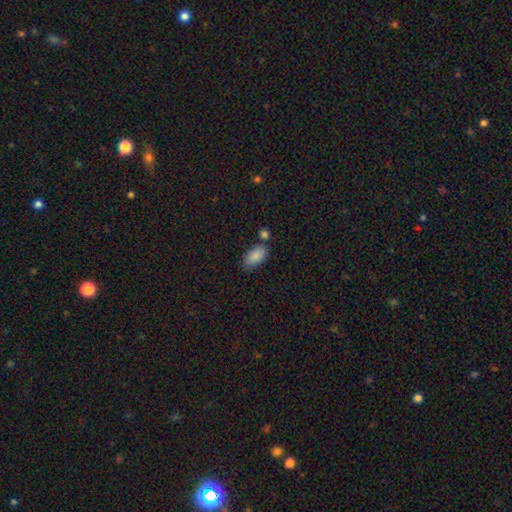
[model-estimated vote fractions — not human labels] This is clearly a smooth galaxy (88%). How rounded: clearly in between (93%). Merging: likely none (65%).